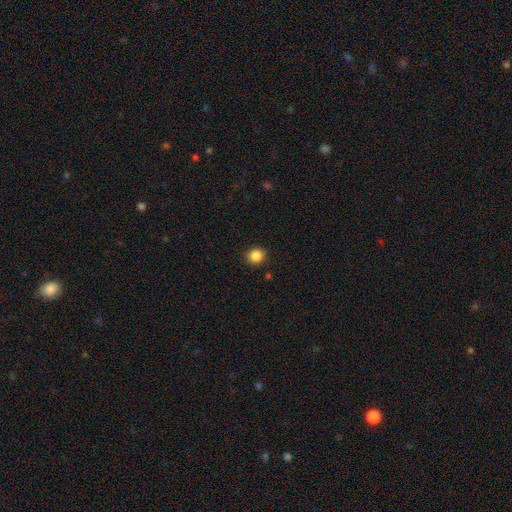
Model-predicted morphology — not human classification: This is clearly a smooth galaxy (86%). How rounded: clearly round (84%). Merging: clearly none (90%).